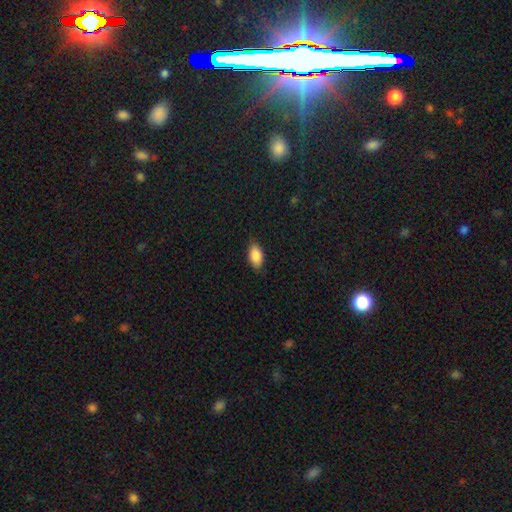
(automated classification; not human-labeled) smooth_or_featured: smooth (p=0.87) [alt: star or artifact p=0.07]
how_rounded: in between (p=0.93) [alt: round p=0.04]
merging: none (p=0.84) [alt: minor disturbance p=0.12]